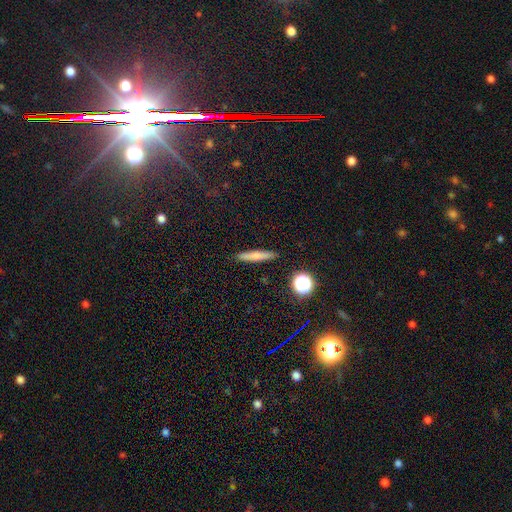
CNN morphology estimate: This appears to be a smooth galaxy with no disk features (68%) that is cigar-shaped (90%). Merging: none (90%).